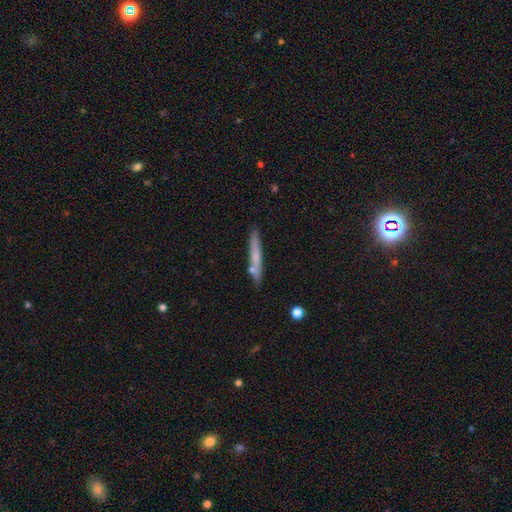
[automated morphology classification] smooth_or_featured: smooth (p=0.64) [alt: featured or disk p=0.29]
how_rounded: cigar-shaped (p=0.94) [alt: in between p=0.04]
merging: none (p=0.78) [alt: minor disturbance p=0.12]